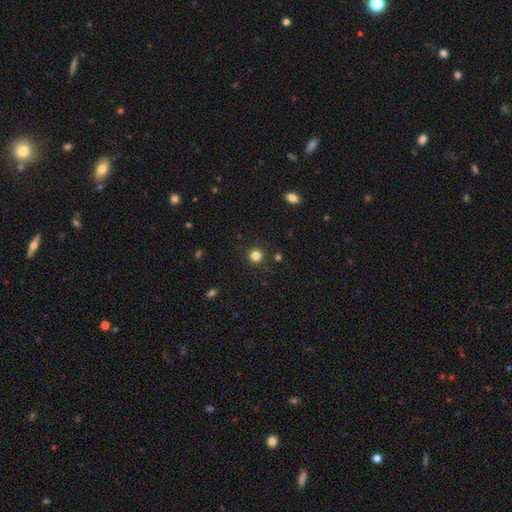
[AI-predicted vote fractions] The model was most divided on "smooth or featured": smooth: 83%, star or artifact: 13%, featured or disk: 5%. More confident: how rounded — round (94%); merging — none (90%).